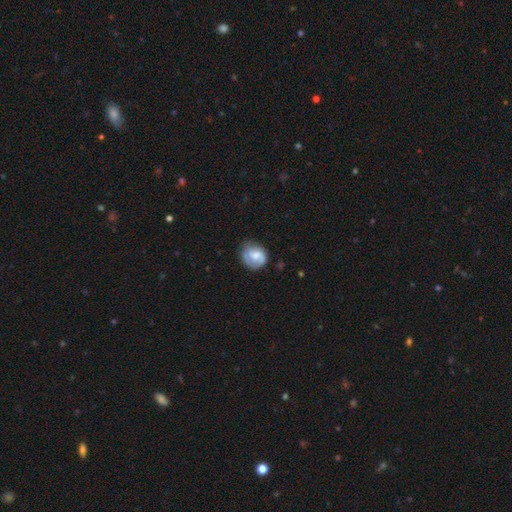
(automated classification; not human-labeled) A smooth galaxy with no disk features (61%) that is round (70%).

Vote fractions:
- Smooth or featured? smooth: 61% / featured or disk: 32% / star or artifact: 7%
- How rounded? round: 70% / in between: 29% / cigar-shaped: 1%
- Merging? none: 53% / minor disturbance: 31% / major disturbance: 14% / merger: 2%